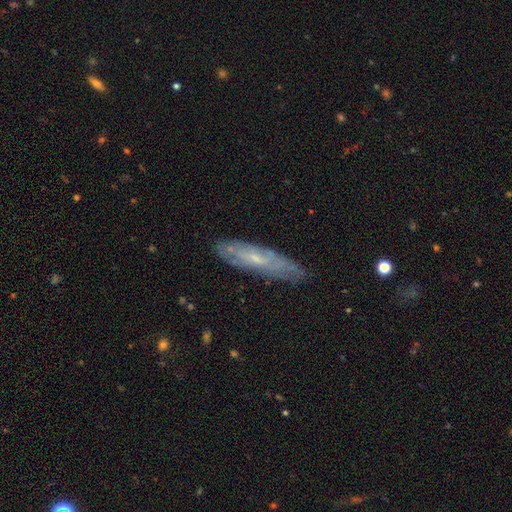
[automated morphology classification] Q: Smooth or featured?
A: featured or disk (53%); runner-up: smooth (35%)
Q: Edge-on disk?
A: yes (54%); runner-up: no (46%)
Q: Merging?
A: none (83%); runner-up: minor disturbance (13%)